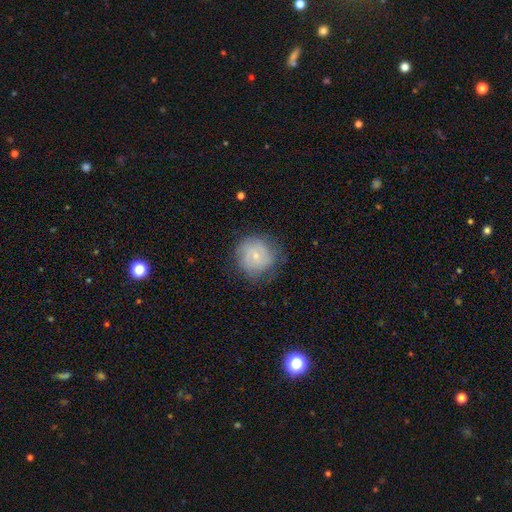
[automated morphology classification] The model was most divided on "smooth or featured": smooth: 54%, featured or disk: 37%, star or artifact: 9%. More confident: how rounded — round (91%); merging — none (69%).